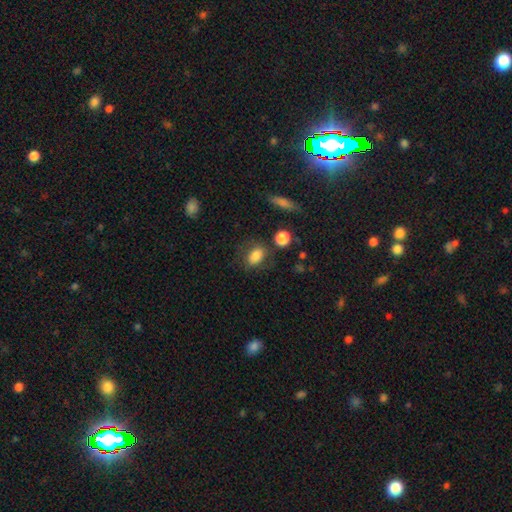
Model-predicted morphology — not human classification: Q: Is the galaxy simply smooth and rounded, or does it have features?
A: smooth — 82%.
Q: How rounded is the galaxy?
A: in between — 79%.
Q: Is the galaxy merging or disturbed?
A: none — 69%.